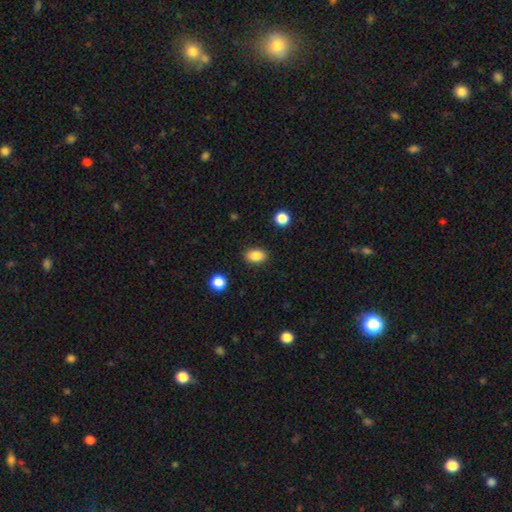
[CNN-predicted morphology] Smooth or featured? smooth (87%)
How rounded? in between (85%)
Merging? none (88%)